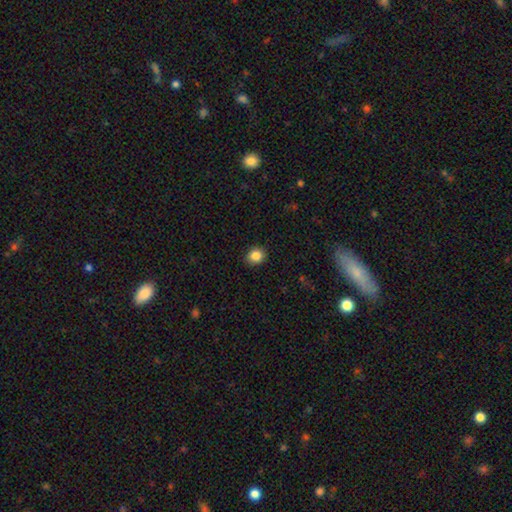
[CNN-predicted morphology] smooth-or-featured: smooth: 86% | star or artifact: 10% | featured or disk: 4%
  how-rounded: round: 76% | in between: 23% | cigar-shaped: 1%
  merging: none: 90% | minor disturbance: 7% | major disturbance: 2% | merger: 1%